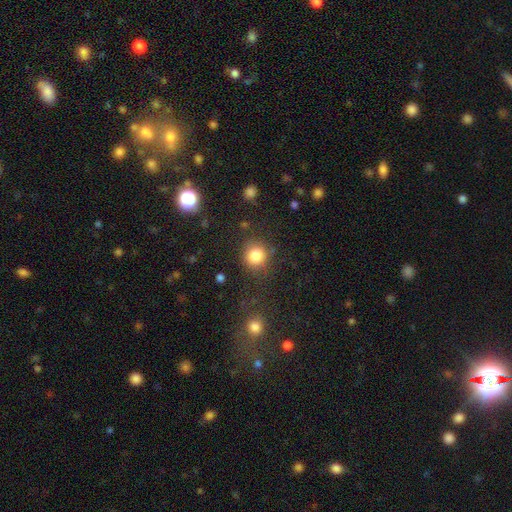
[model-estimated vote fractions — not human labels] A smooth galaxy with no disk features (83%) that is round (89%).

Vote fractions:
- Smooth or featured? smooth: 83% / star or artifact: 11% / featured or disk: 5%
- How rounded? round: 89% / in between: 10% / cigar-shaped: 1%
- Merging? none: 82% / minor disturbance: 10% / major disturbance: 4% / merger: 3%